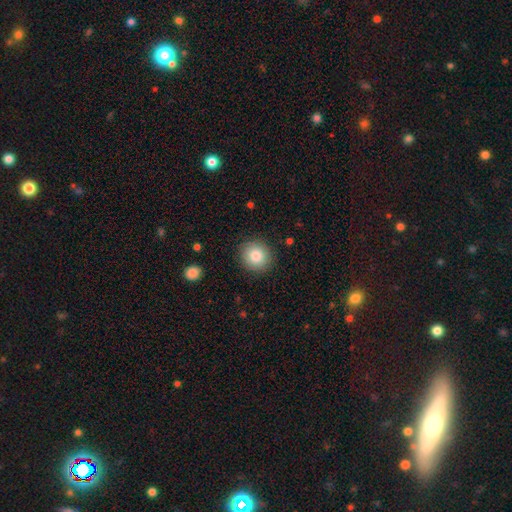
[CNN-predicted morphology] Smooth or featured? smooth (84%)
How rounded? round (90%)
Merging? none (89%)